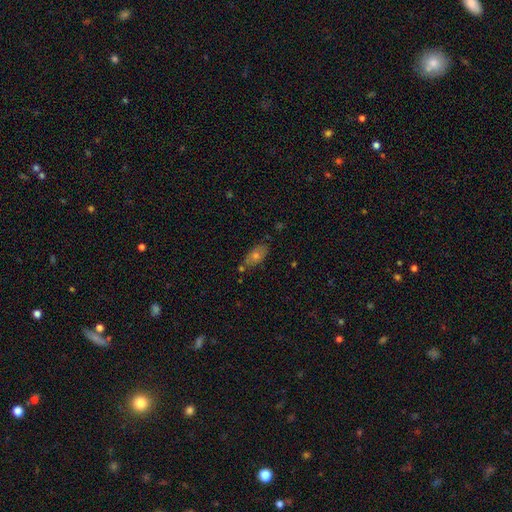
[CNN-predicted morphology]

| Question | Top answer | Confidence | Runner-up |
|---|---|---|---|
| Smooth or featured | smooth | 53% | featured or disk (32%) |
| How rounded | in between | 84% | round (8%) |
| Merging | none | 72% | minor disturbance (18%) |